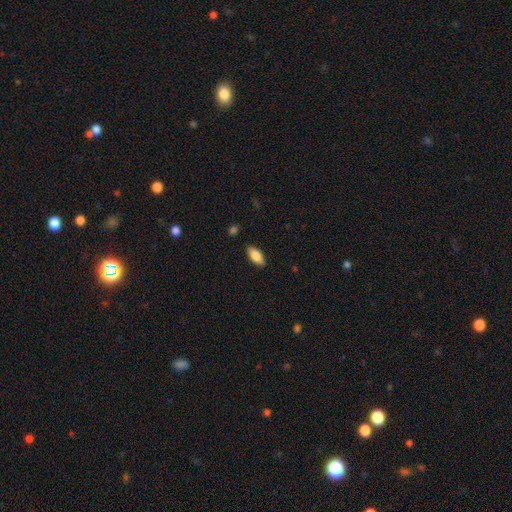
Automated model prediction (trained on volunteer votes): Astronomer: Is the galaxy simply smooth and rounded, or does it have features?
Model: smooth — 84%.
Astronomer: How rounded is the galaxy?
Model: in between — 88%.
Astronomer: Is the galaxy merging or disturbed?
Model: none — 88%.